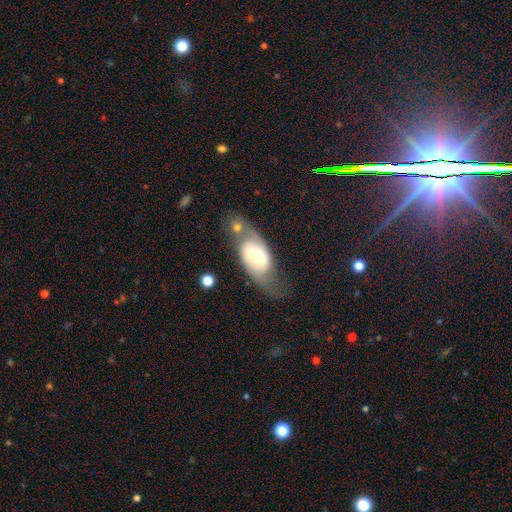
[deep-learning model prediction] Overall: featured or disk (58%; smooth 35%). Edge-on disk: no (90%). Bar: weak (42%; no 30%). Spiral arms: yes (75%). Bulge size: moderate (48%; small 27%). Merging: none (45%; minor disturbance 22%).